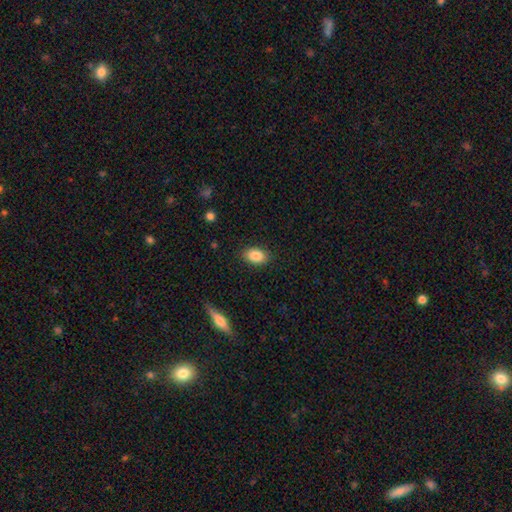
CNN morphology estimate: This appears to be a smooth galaxy with no disk features (85%) that is in between round and cigar-shaped (88%). Merging: none (87%).